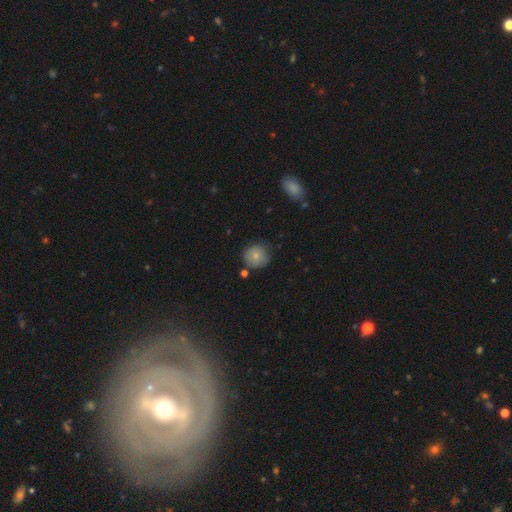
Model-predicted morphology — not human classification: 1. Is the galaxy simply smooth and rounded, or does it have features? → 78% smooth, 13% featured or disk, 9% star or artifact.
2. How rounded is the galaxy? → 92% round, 7% in between, 1% cigar-shaped.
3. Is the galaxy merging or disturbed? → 75% none, 17% minor disturbance, 5% merger, 3% major disturbance.